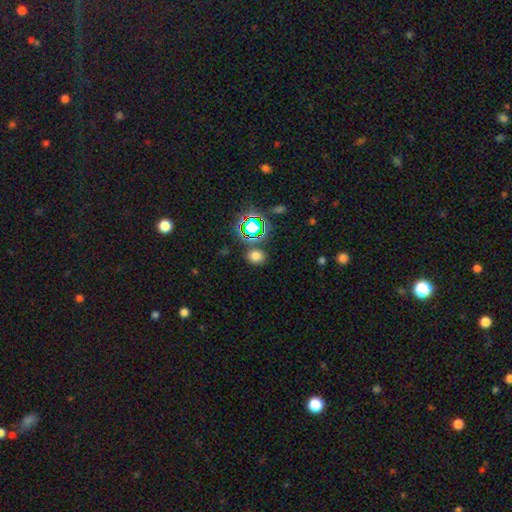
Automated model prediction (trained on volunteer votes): A smooth galaxy with no disk features (68%) that is round (61%).

Vote fractions:
- Smooth or featured? smooth: 68% / star or artifact: 26% / featured or disk: 6%
- How rounded? round: 61% / in between: 38% / cigar-shaped: 1%
- Merging? none: 80% / minor disturbance: 10% / merger: 7% / major disturbance: 4%